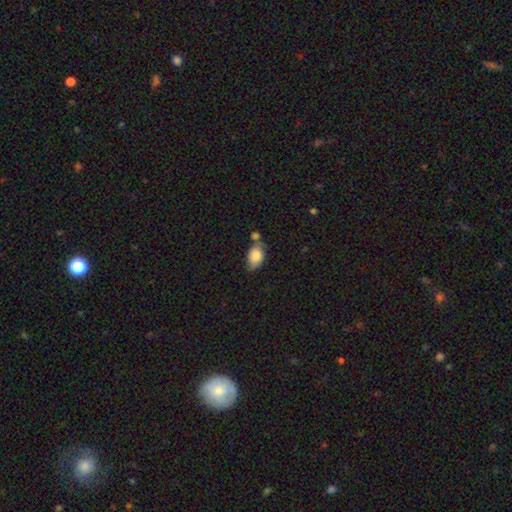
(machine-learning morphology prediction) The model was most divided on "merging": none: 44%, minor disturbance: 25%, merger: 24%, major disturbance: 7%. More confident: how rounded — in between (87%); smooth or featured — smooth (82%).